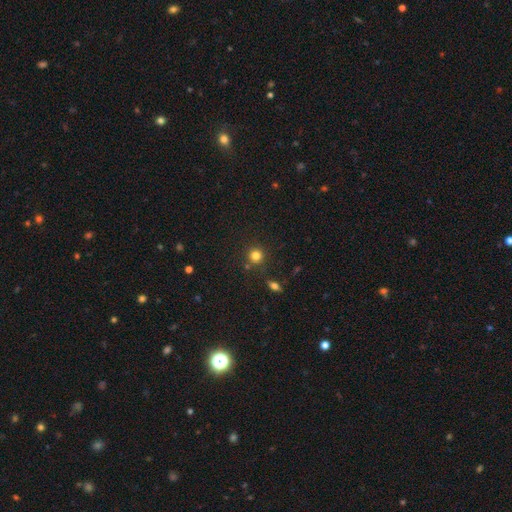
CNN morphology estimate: Q: Smooth or featured?
A: smooth (80%); runner-up: star or artifact (14%)
Q: How rounded?
A: round (92%); runner-up: in between (7%)
Q: Merging?
A: none (82%); runner-up: minor disturbance (8%)